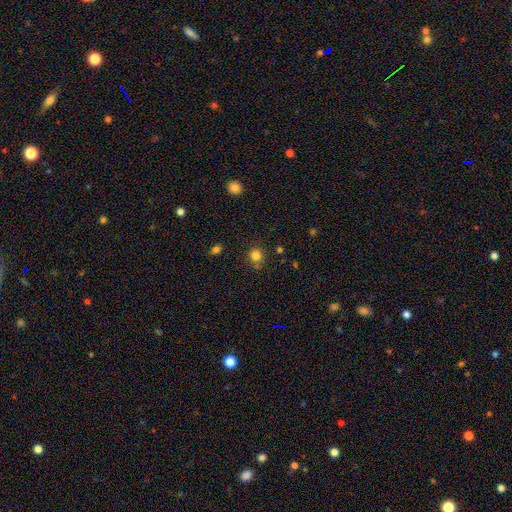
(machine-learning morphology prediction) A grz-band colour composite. It shows a smooth galaxy with no disk features (82%) that is round (88%). Merging: none (78%).